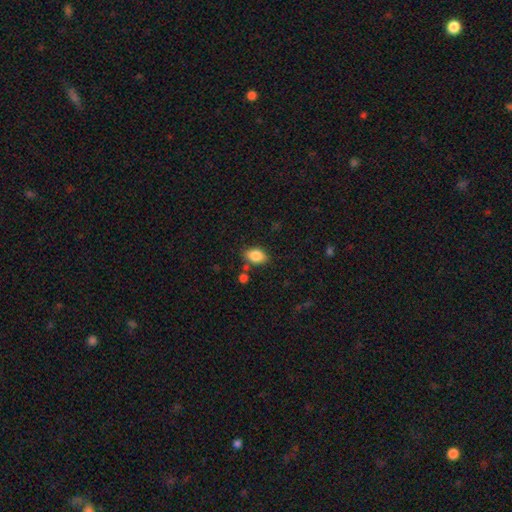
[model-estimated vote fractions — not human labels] smooth_or_featured: smooth (p=0.85) [alt: star or artifact p=0.08]
how_rounded: in between (p=0.83) [alt: round p=0.15]
merging: none (p=0.73) [alt: minor disturbance p=0.16]